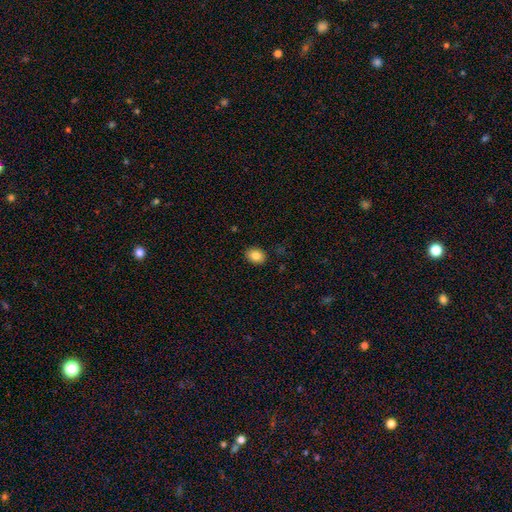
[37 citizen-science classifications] Smooth or featured? 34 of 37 (92%) said smooth. How rounded? 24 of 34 (71%) said in between. Merging? 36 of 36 (100%) said none.